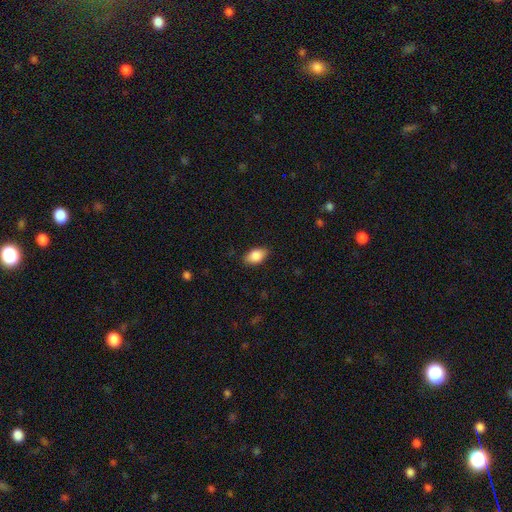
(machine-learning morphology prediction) Q: Smooth or featured?
A: smooth (85%); runner-up: featured or disk (8%)
Q: How rounded?
A: in between (91%); runner-up: round (7%)
Q: Merging?
A: none (86%); runner-up: minor disturbance (11%)